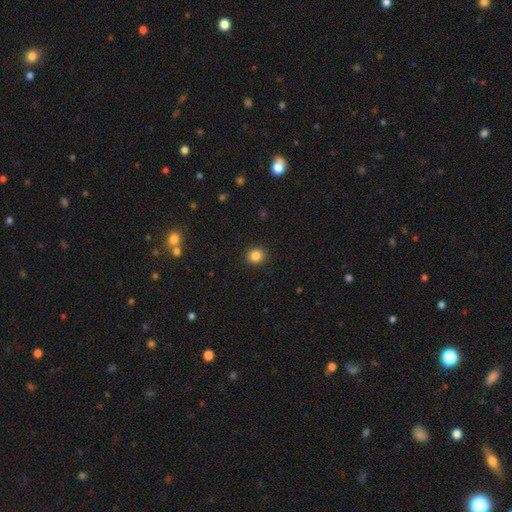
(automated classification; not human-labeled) Smooth or featured?
  - smooth: 85% *
  - star or artifact: 11%
  - featured or disk: 4%
How rounded?
  - round: 88% *
  - in between: 11%
  - cigar-shaped: 1%
Merging?
  - none: 92% *
  - minor disturbance: 5%
  - major disturbance: 2%
  - merger: 1%